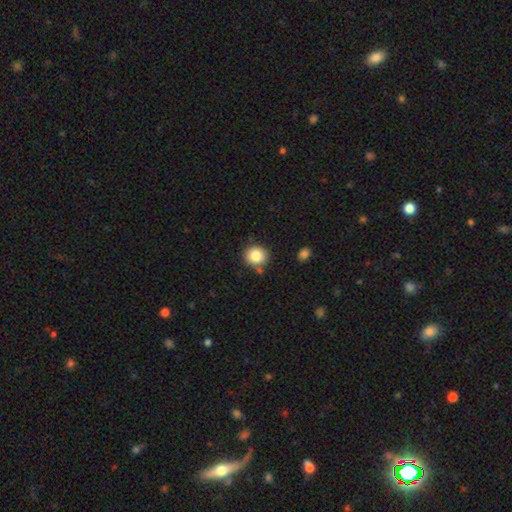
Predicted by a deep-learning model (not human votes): Q: Smooth or featured?
A: smooth (84%); runner-up: star or artifact (10%)
Q: How rounded?
A: round (88%); runner-up: in between (11%)
Q: Merging?
A: none (83%); runner-up: minor disturbance (9%)